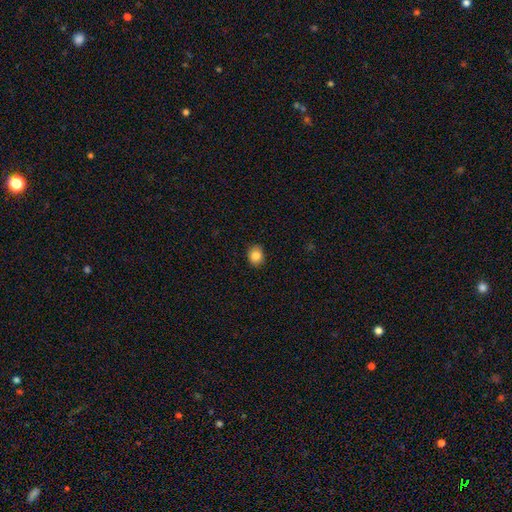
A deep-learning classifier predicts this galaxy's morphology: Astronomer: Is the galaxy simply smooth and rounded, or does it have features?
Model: smooth — 85%.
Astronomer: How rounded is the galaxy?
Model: round — 63%.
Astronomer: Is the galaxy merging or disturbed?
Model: none — 87%.